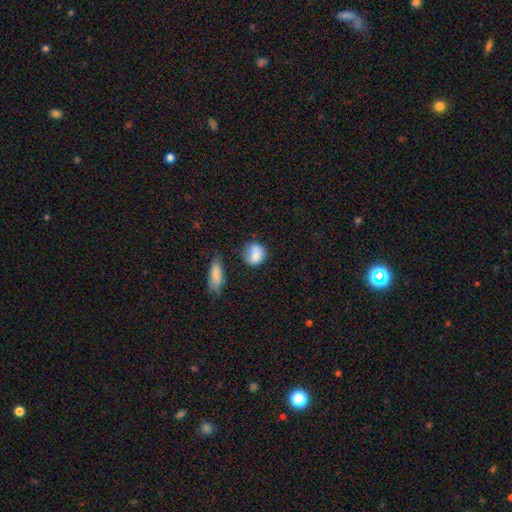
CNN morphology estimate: A smooth galaxy with no disk features (80%) that is round (68%).

Vote fractions:
- Smooth or featured? smooth: 80% / featured or disk: 12% / star or artifact: 8%
- How rounded? round: 68% / in between: 30% / cigar-shaped: 2%
- Merging? none: 54% / minor disturbance: 27% / merger: 11% / major disturbance: 9%